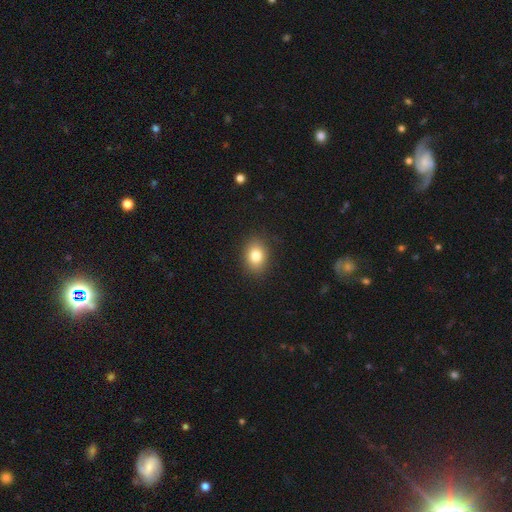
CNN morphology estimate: smooth-or-featured: smooth: 81% | star or artifact: 10% | featured or disk: 9%
  how-rounded: in between: 64% | round: 35% | cigar-shaped: 1%
  merging: none: 88% | minor disturbance: 9% | major disturbance: 3% | merger: 1%